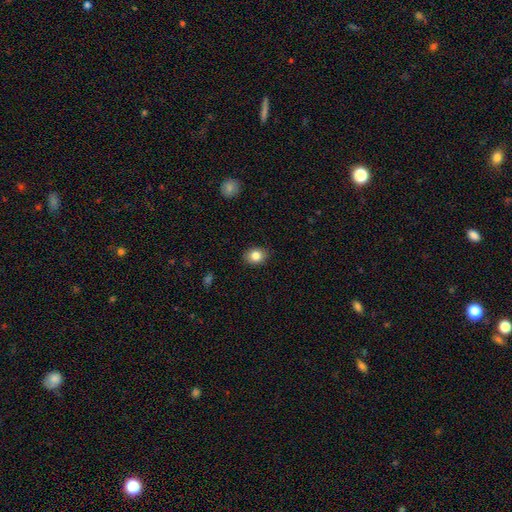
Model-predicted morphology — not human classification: Overall: smooth (83%). How rounded: in between (52%; round 47%). Merging: none (88%).